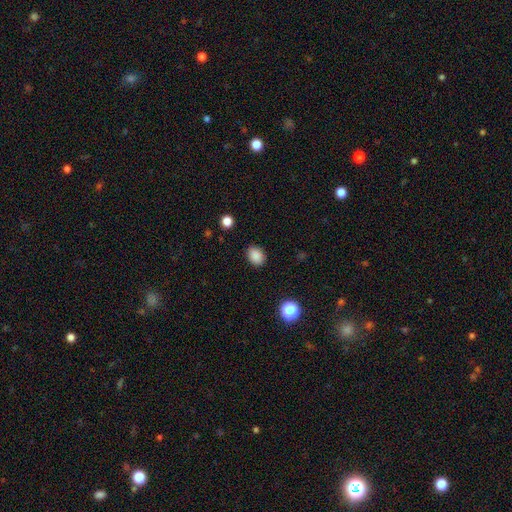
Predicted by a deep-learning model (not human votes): Smooth or featured? Predicted: smooth (p=0.87). How rounded? Predicted: in between (p=0.61). Merging? Predicted: none (p=0.86).